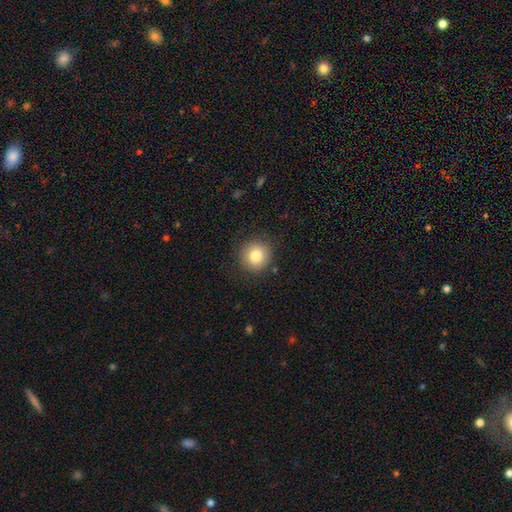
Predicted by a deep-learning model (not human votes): Morphology: type=smooth (82%); roundness=round (92%); merging=none (88%).